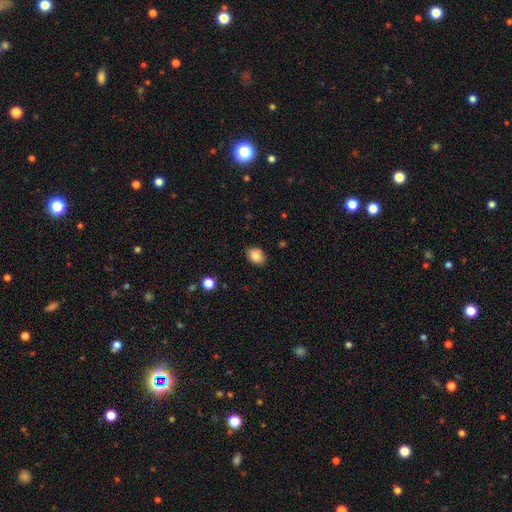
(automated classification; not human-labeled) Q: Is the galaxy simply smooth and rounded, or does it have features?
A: smooth — 87%.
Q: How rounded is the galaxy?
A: in between — 67%.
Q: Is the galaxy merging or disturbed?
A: none — 85%.